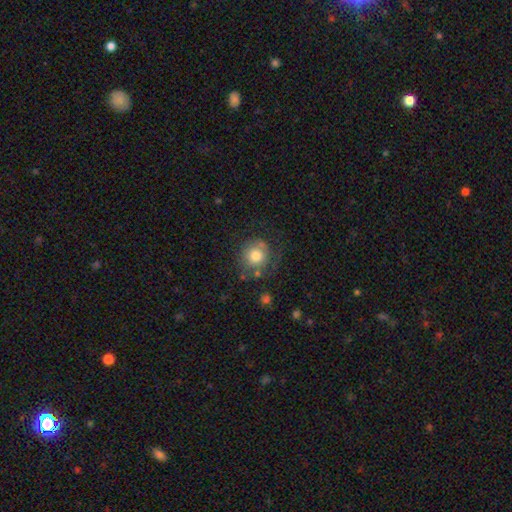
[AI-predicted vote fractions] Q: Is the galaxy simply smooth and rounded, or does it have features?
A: smooth — 73%.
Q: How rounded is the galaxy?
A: round — 91%.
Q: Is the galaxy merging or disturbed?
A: none — 62%.